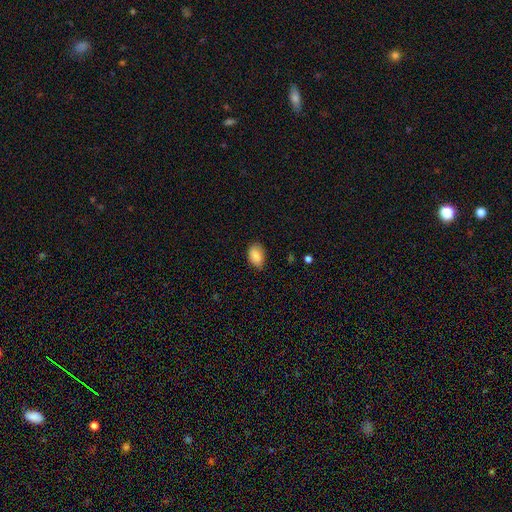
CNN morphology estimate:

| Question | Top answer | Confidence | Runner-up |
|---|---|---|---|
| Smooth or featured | smooth | 87% | star or artifact (7%) |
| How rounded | in between | 90% | round (9%) |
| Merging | none | 77% | minor disturbance (19%) |